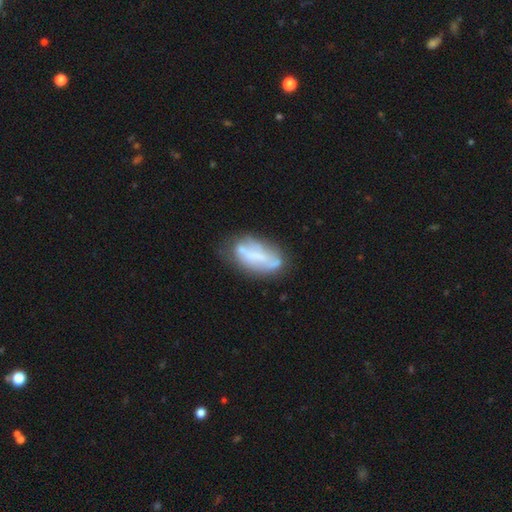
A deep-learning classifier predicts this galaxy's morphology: Q: Smooth or featured?
A: featured or disk (48%); runner-up: smooth (43%)
Q: Merging?
A: none (50%); runner-up: minor disturbance (27%)